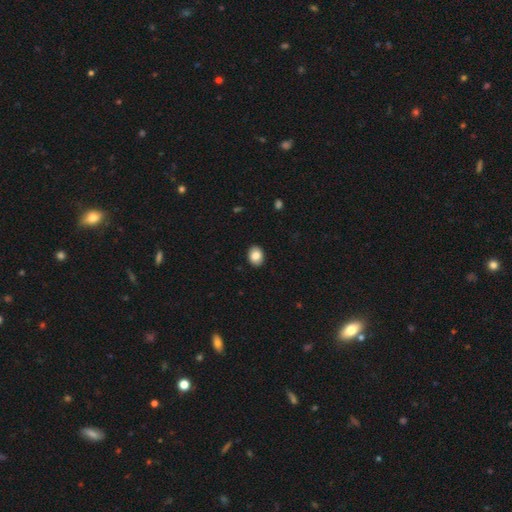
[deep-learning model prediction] The model was most divided on "how rounded": in between: 57%, round: 42%, cigar-shaped: 1%. More confident: merging — none (91%); smooth or featured — smooth (86%).